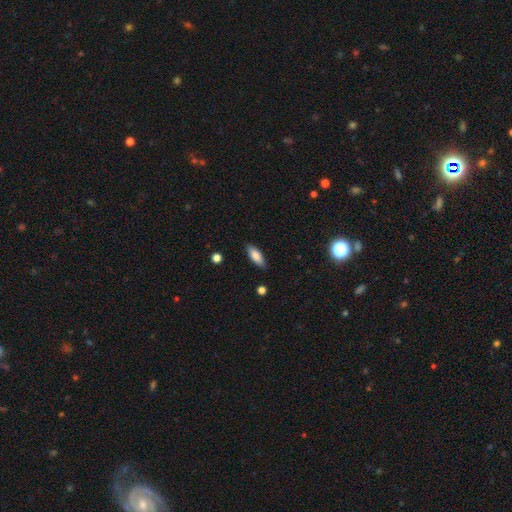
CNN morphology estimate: Smooth or featured?
  - smooth: 81% *
  - featured or disk: 12%
  - star or artifact: 7%
How rounded?
  - in between: 70% *
  - cigar-shaped: 28%
  - round: 2%
Merging?
  - none: 86% *
  - minor disturbance: 10%
  - major disturbance: 2%
  - merger: 1%